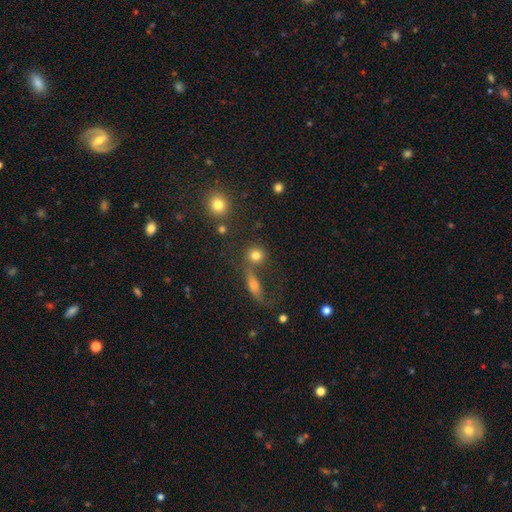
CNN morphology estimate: smooth 78%, star or artifact 12%, featured or disk 10%. Down the decision tree: how rounded — round (87%); merging — none (61%).